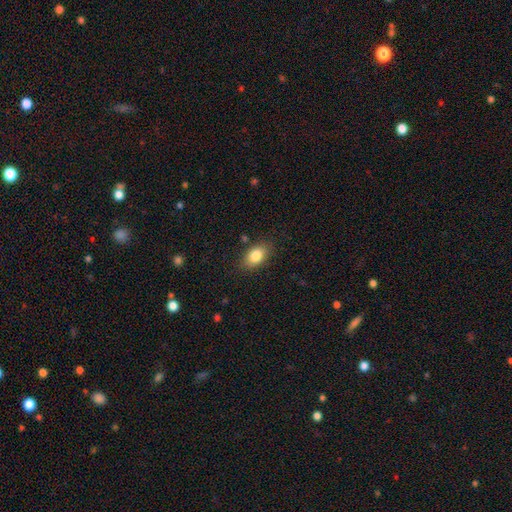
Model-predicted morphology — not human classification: Smooth or featured? smooth (84%)
How rounded? in between (87%)
Merging? none (83%)